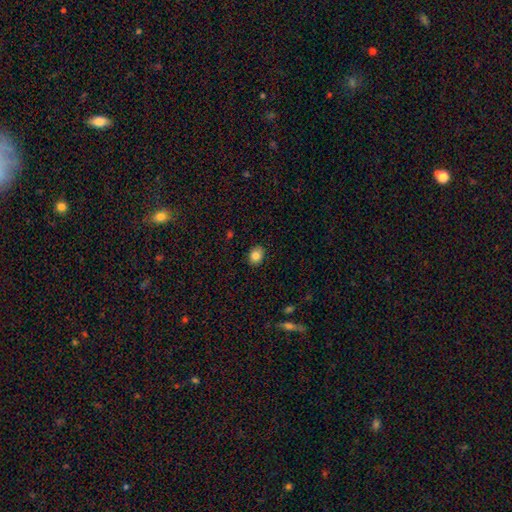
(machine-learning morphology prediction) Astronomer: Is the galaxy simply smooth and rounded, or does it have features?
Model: smooth — 84%.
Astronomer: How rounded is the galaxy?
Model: in between — 54% (runner-up: round, 45%).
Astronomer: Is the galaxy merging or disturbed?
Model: none — 88%.